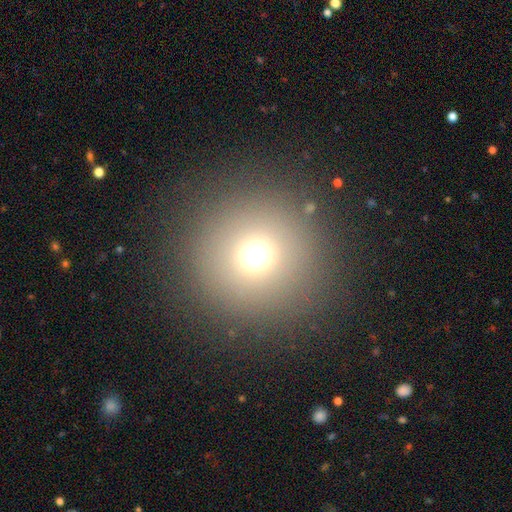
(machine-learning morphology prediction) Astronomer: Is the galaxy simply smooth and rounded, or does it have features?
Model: smooth — 68%.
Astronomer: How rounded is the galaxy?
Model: round — 95%.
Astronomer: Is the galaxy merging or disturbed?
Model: none — 88%.